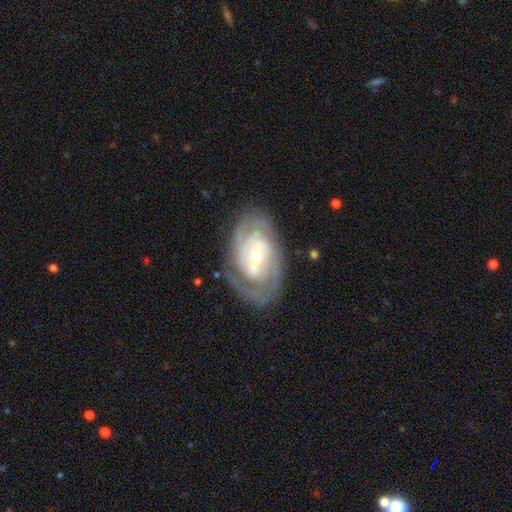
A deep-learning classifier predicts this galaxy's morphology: Smooth or featured? Predicted: featured or disk (p=0.88). Edge-on disk? Predicted: no (p=0.96). Bar? Predicted: weak (p=0.42). Spiral arms? Predicted: yes (p=0.96). Spiral winding? Predicted: tight (p=0.68). Spiral arm count? Predicted: 2 (p=0.36). Bulge size? Predicted: moderate (p=0.54). Merging? Predicted: none (p=0.76).